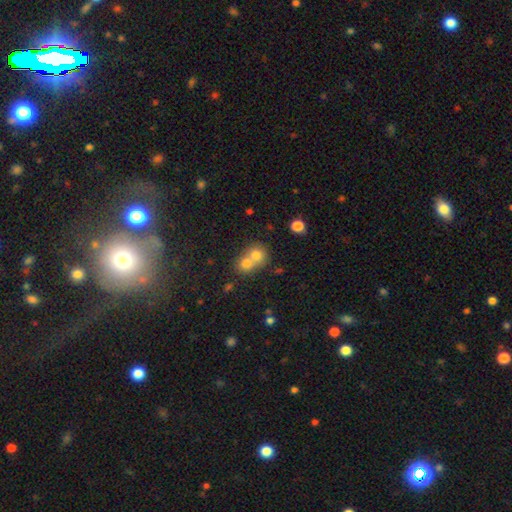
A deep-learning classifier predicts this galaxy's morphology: This appears to be a smooth galaxy with no disk features (73%) that is round (74%). Merging: merger (68%).